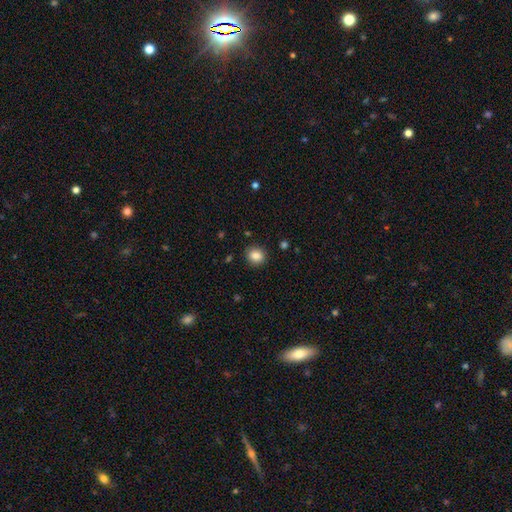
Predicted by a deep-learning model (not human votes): Morphology: type=smooth (86%); roundness=round (83%); merging=none (90%).